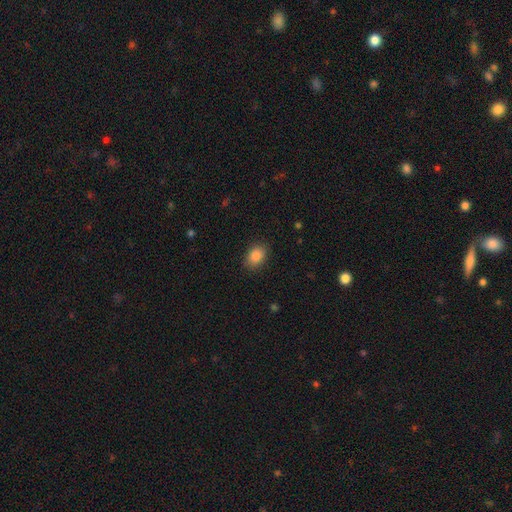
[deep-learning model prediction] This appears to be a smooth galaxy with no disk features (87%) that is in between round and cigar-shaped (74%). Merging: none (86%).